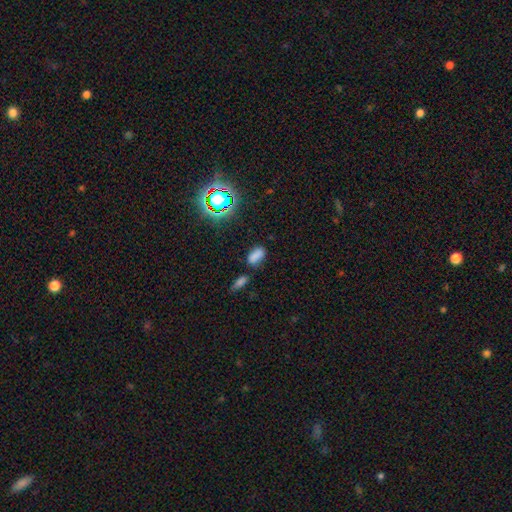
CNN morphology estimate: smooth 75%, star or artifact 18%, featured or disk 7%. Down the decision tree: how rounded — in between (87%); merging — none (68%).